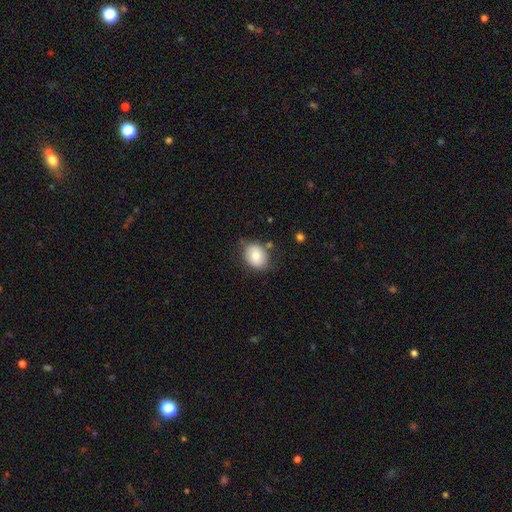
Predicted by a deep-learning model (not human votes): Smooth or featured? smooth (76%)
How rounded? in between (58%)
Merging? none (76%)